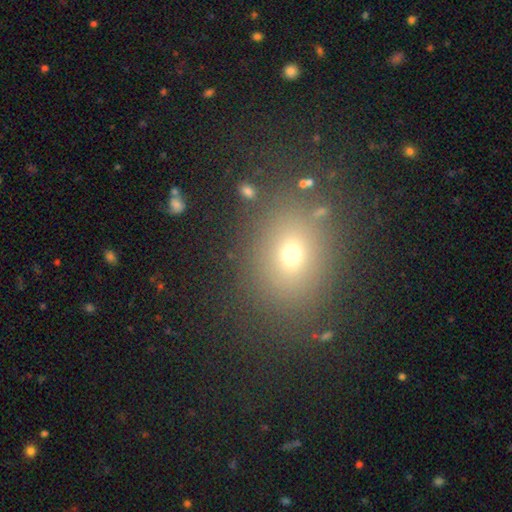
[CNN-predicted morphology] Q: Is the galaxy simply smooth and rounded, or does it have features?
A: smooth — 62%.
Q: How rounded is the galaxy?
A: round — 54%.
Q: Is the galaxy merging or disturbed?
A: none — 84%.